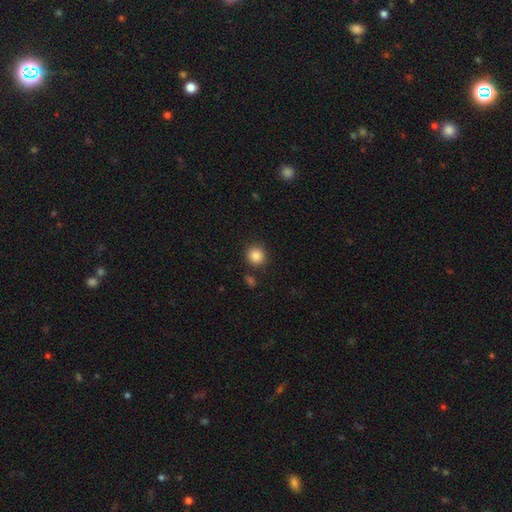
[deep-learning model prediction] Smooth or featured? Predicted: smooth (p=0.87). How rounded? Predicted: round (p=0.91). Merging? Predicted: none (p=0.86).